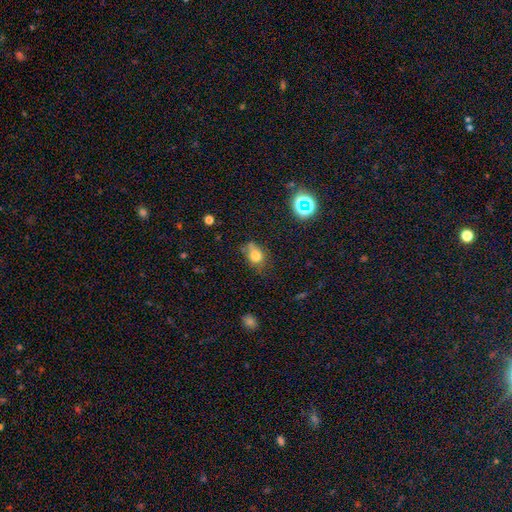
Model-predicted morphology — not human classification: smooth-or-featured: smooth: 74% | star or artifact: 14% | featured or disk: 12%
  how-rounded: in between: 61% | round: 37% | cigar-shaped: 2%
  merging: none: 49% | minor disturbance: 31% | major disturbance: 13% | merger: 7%